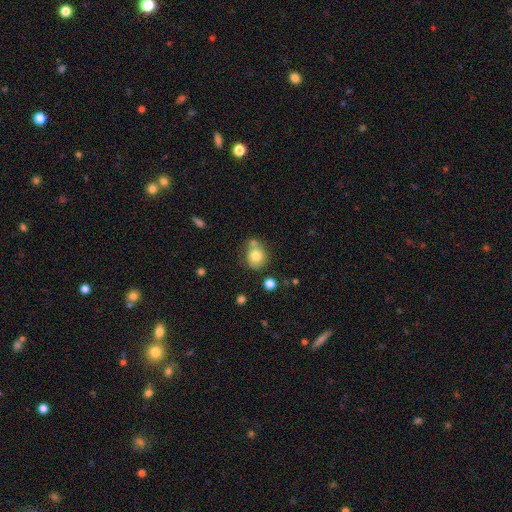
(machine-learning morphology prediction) The model was most divided on "merging": none: 59%, merger: 20%, minor disturbance: 16%, major disturbance: 5%. More confident: smooth or featured — smooth (79%); how rounded — round (79%).